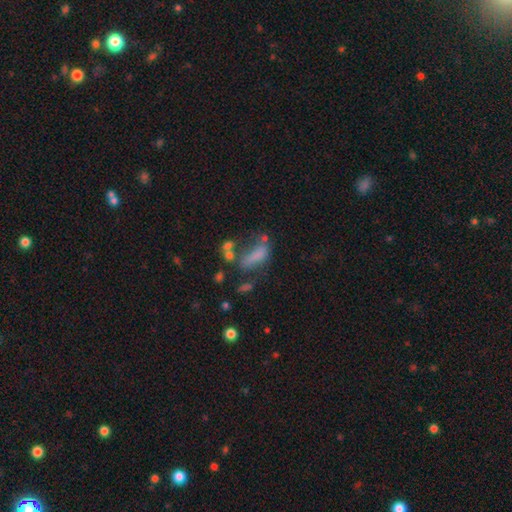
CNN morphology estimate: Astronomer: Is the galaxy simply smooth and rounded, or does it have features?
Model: smooth — 65%.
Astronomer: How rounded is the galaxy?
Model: in between — 65%.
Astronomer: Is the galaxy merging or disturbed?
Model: none — 34% (runner-up: major disturbance, 27%).